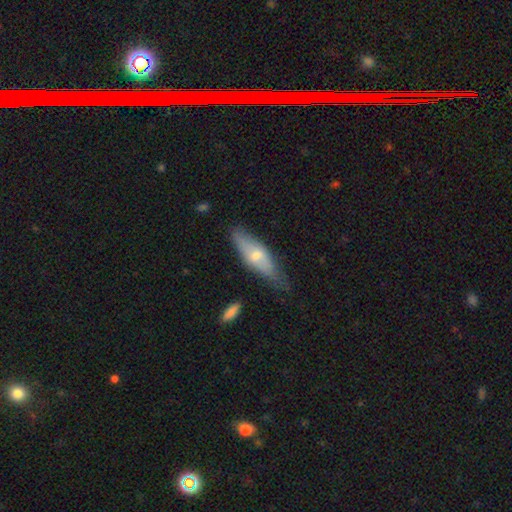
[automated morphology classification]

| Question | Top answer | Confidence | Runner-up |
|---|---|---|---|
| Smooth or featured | smooth | 52% | featured or disk (42%) |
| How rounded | in between | 49% | cigar-shaped (48%) |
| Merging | none | 65% | minor disturbance (26%) |